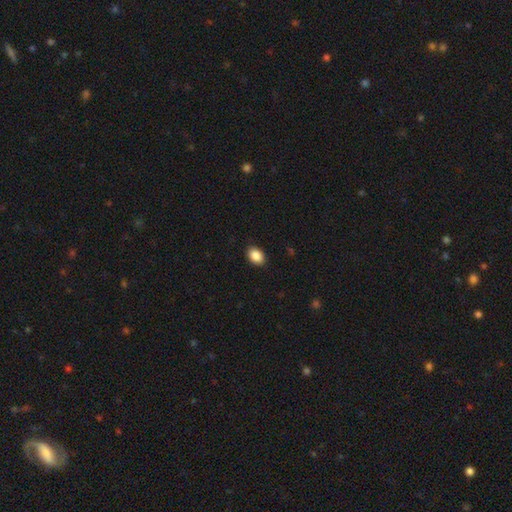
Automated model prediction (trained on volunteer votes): smooth 88%, star or artifact 8%, featured or disk 4%. Down the decision tree: how rounded — in between (81%); merging — none (89%).